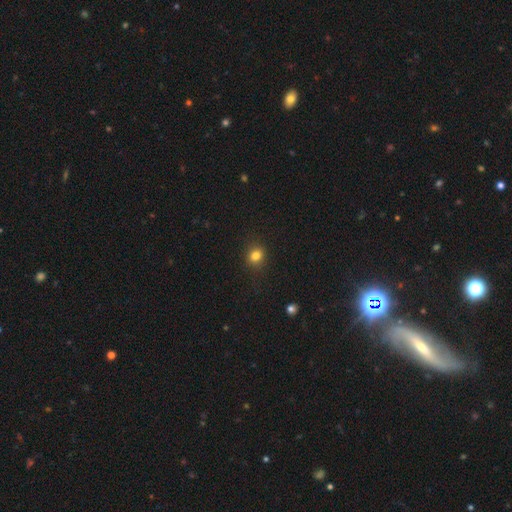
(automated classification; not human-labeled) Smooth or featured?
  - smooth: 81% *
  - star or artifact: 13%
  - featured or disk: 5%
How rounded?
  - round: 71% *
  - in between: 28%
  - cigar-shaped: 1%
Merging?
  - none: 88% *
  - minor disturbance: 9%
  - major disturbance: 3%
  - merger: 1%